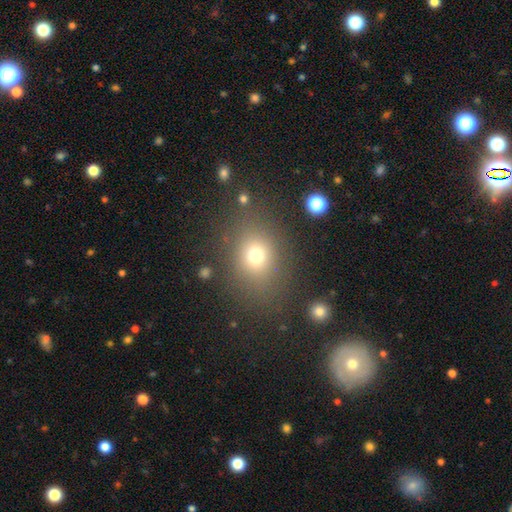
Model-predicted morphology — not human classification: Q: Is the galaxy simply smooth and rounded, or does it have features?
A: smooth — 72%.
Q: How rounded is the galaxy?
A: round — 54%.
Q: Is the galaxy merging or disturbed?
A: none — 78%.